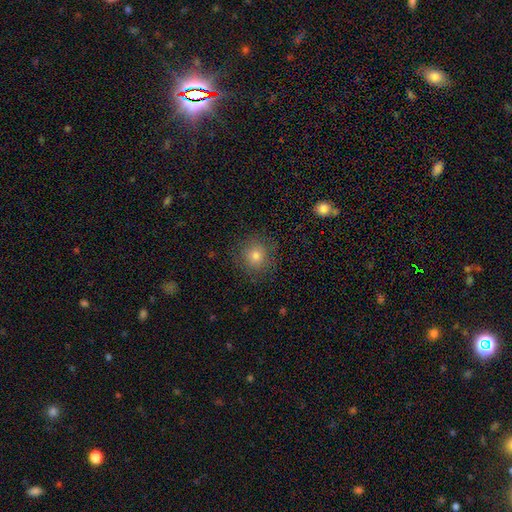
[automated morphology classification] The model was most divided on "smooth or featured": smooth: 75%, star or artifact: 15%, featured or disk: 9%. More confident: how rounded — round (92%); merging — none (87%).